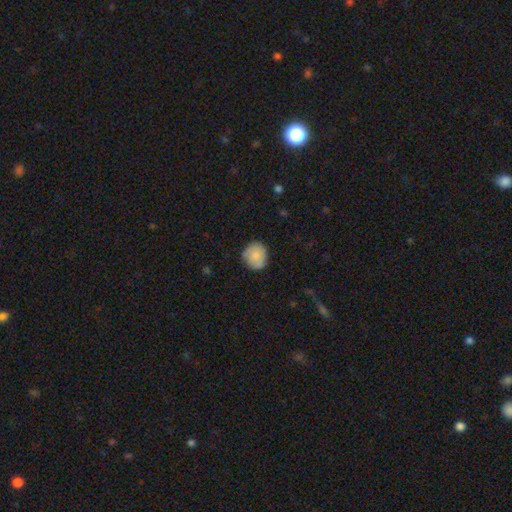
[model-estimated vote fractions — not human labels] Overall: smooth (82%). How rounded: round (82%). Merging: none (76%).